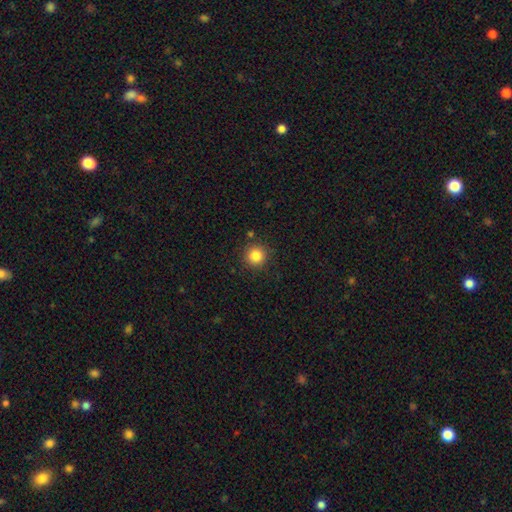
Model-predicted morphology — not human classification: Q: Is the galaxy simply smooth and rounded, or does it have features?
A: smooth — 84%.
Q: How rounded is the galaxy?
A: round — 95%.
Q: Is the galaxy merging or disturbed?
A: none — 88%.